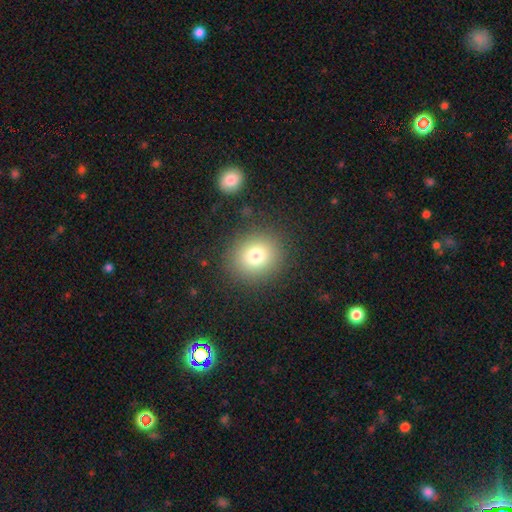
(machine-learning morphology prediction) smooth_or_featured: smooth (p=0.77) [alt: star or artifact p=0.13]
how_rounded: round (p=0.79) [alt: in between p=0.20]
merging: none (p=0.87) [alt: minor disturbance p=0.08]